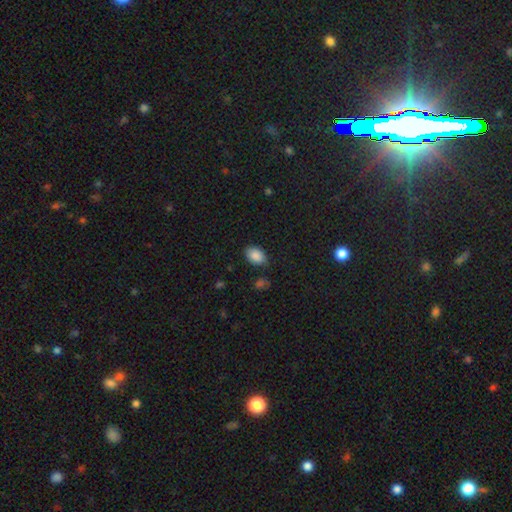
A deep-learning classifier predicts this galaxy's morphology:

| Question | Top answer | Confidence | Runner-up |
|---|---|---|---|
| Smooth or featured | smooth | 88% | star or artifact (8%) |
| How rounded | in between | 89% | round (9%) |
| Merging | none | 82% | minor disturbance (13%) |